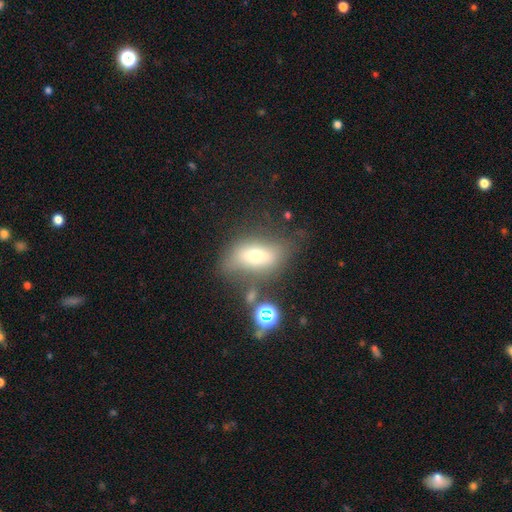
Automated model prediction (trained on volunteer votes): This is possibly a smooth galaxy (53%). How rounded: likely in between (76%). Merging: possibly none (56%).